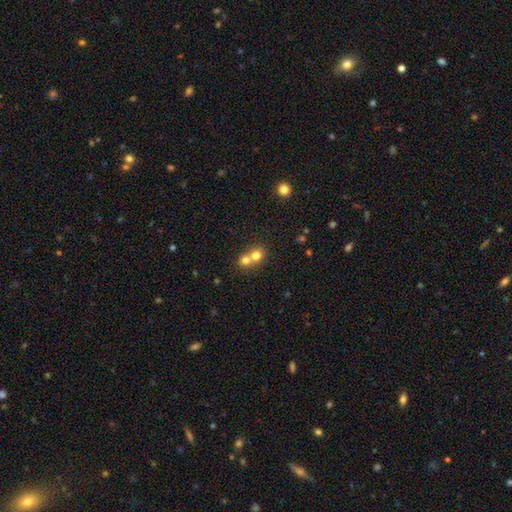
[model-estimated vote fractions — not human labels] The model was most divided on "merging": merger: 62%, none: 32%, minor disturbance: 4%, major disturbance: 2%. More confident: how rounded — round (82%); smooth or featured — smooth (74%).